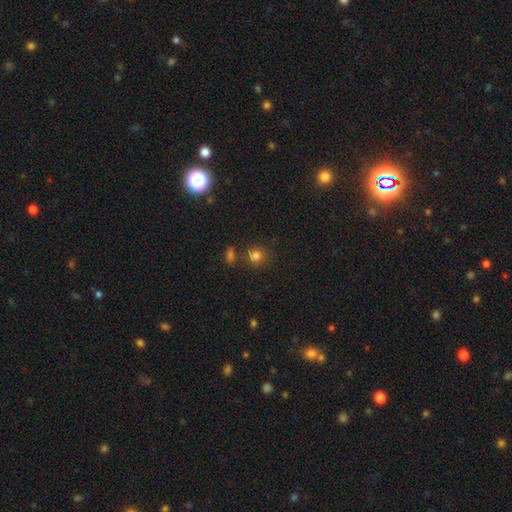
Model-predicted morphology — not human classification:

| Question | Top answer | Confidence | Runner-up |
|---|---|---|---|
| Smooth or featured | smooth | 78% | star or artifact (16%) |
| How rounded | round | 88% | in between (11%) |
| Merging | none | 76% | merger (10%) |